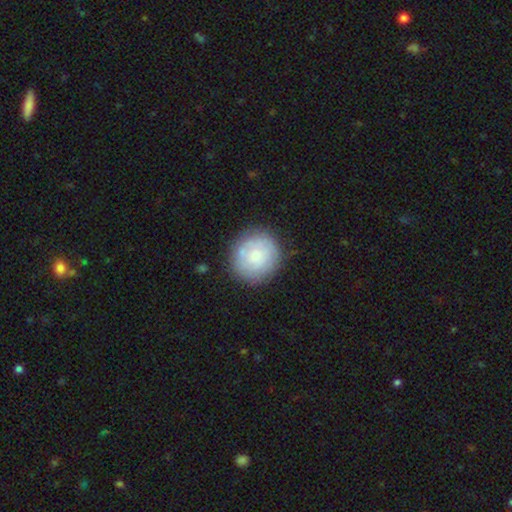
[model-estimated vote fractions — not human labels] Morphology: type=smooth (65%); roundness=round (91%); merging=none (79%).